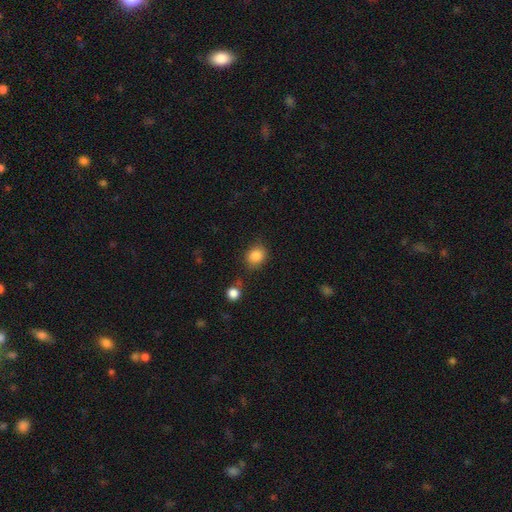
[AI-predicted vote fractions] smooth_or_featured: smooth (p=0.85) [alt: star or artifact p=0.10]
how_rounded: round (p=0.70) [alt: in between p=0.29]
merging: none (p=0.77) [alt: minor disturbance p=0.14]